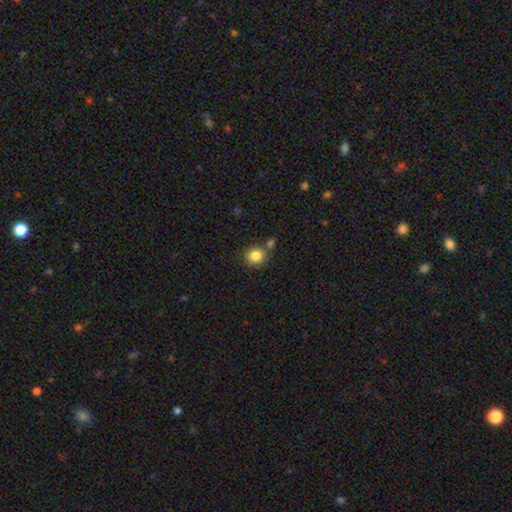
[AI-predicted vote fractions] Smooth or featured? Predicted: smooth (p=0.85). How rounded? Predicted: round (p=0.88). Merging? Predicted: none (p=0.70).